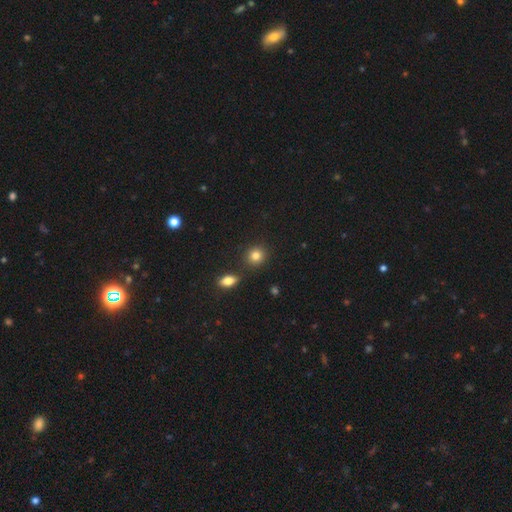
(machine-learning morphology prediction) This appears to be a smooth galaxy with no disk features (83%) that is round (85%). Merging: none (83%).